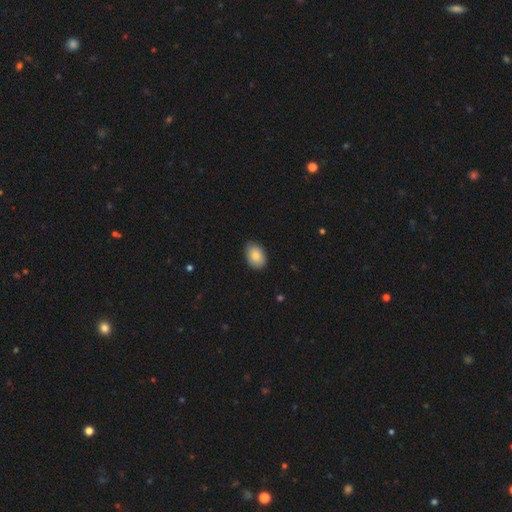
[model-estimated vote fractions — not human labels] Smooth or featured?
  - smooth: 85% *
  - featured or disk: 8%
  - star or artifact: 7%
How rounded?
  - in between: 84% *
  - round: 15%
  - cigar-shaped: 1%
Merging?
  - none: 84% *
  - minor disturbance: 13%
  - major disturbance: 2%
  - merger: 1%